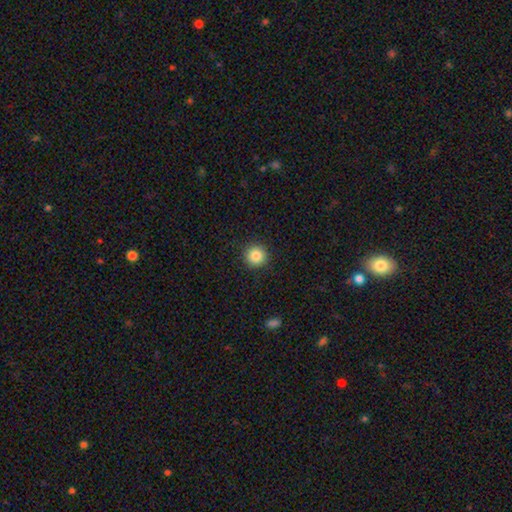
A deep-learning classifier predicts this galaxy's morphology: Smooth or featured? smooth (86%)
How rounded? round (95%)
Merging? none (92%)